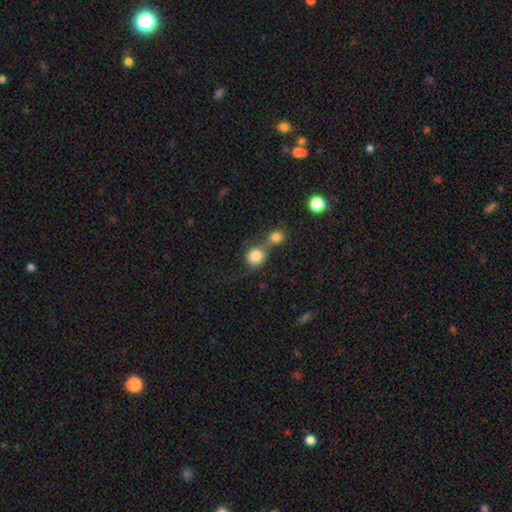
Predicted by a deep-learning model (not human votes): Morphology: type=smooth (82%); roundness=round (84%); merging=merger (55%).